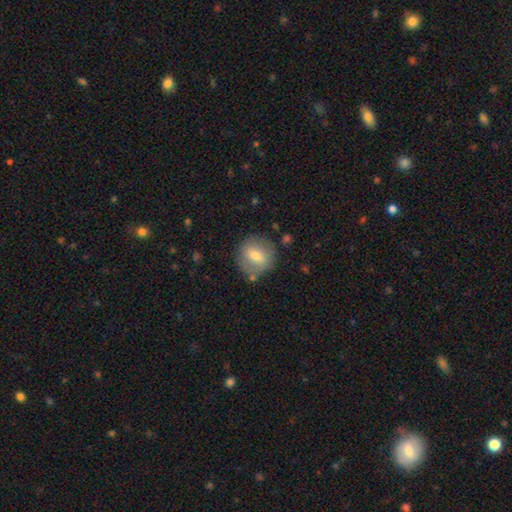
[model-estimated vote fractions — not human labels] Smooth or featured? Predicted: smooth (p=0.66). How rounded? Predicted: round (p=0.88). Merging? Predicted: none (p=0.80).